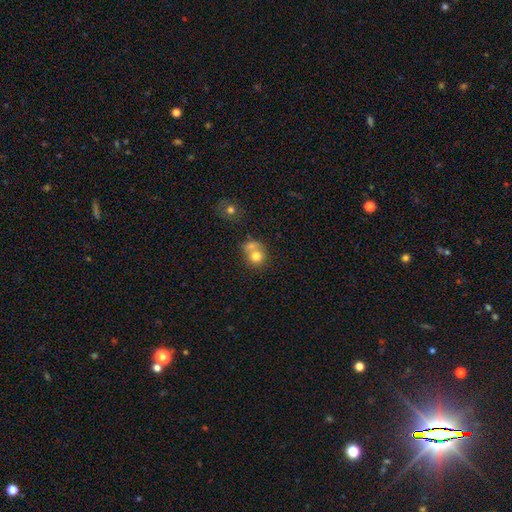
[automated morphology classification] type=smooth (74%); roundness=round (76%); merging=merger (49%).